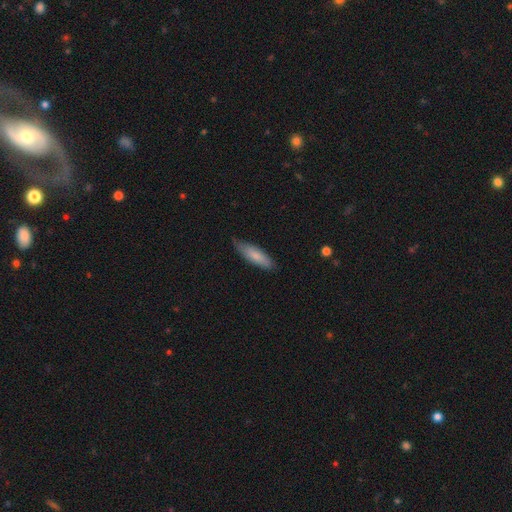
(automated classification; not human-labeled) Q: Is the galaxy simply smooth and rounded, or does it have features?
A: smooth — 79%.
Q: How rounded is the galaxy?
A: cigar-shaped — 54%.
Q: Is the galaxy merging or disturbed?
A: none — 74%.